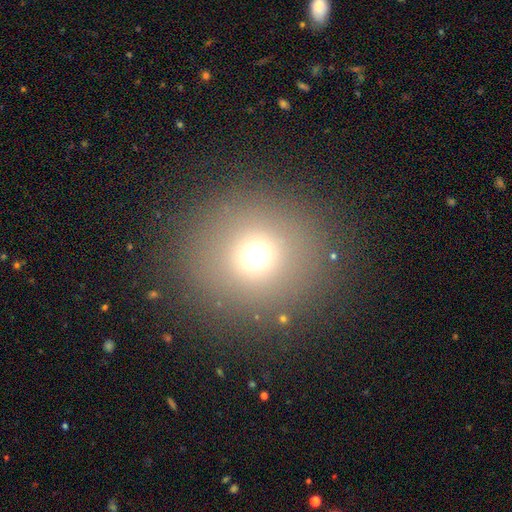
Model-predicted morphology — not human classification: This is likely a smooth galaxy (69%). How rounded: clearly round (91%). Merging: clearly none (88%).